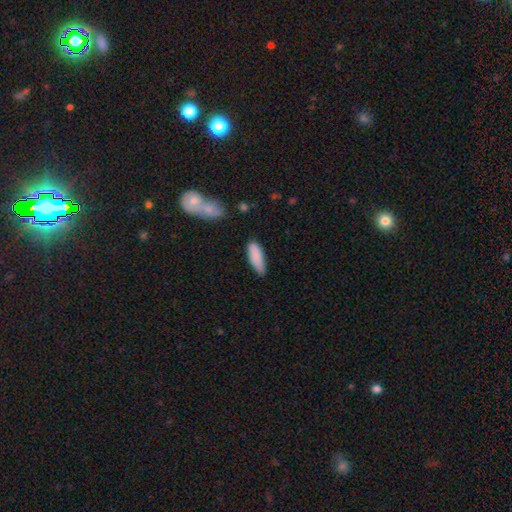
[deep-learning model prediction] A smooth galaxy with no disk features (87%) that is in between round and cigar-shaped (59%).

Vote fractions:
- Smooth or featured? smooth: 87% / featured or disk: 6% / star or artifact: 6%
- How rounded? in between: 59% / cigar-shaped: 39% / round: 2%
- Merging? none: 69% / minor disturbance: 25% / major disturbance: 4% / merger: 2%